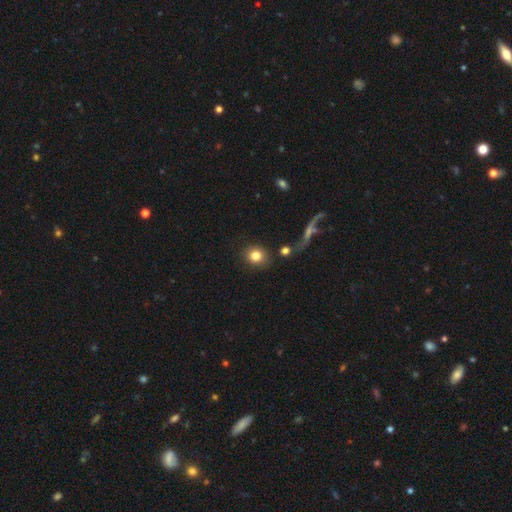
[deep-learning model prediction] Smooth or featured? Predicted: smooth (p=0.82). How rounded? Predicted: round (p=0.83). Merging? Predicted: none (p=0.82).